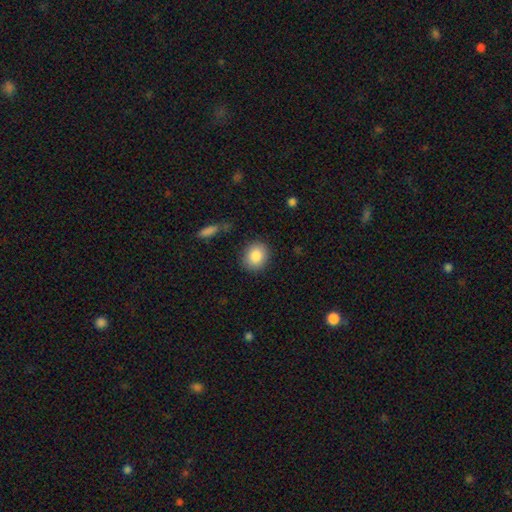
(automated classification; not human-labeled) smooth 86%, star or artifact 7%, featured or disk 6%. Down the decision tree: how rounded — round (70%); merging — none (86%).